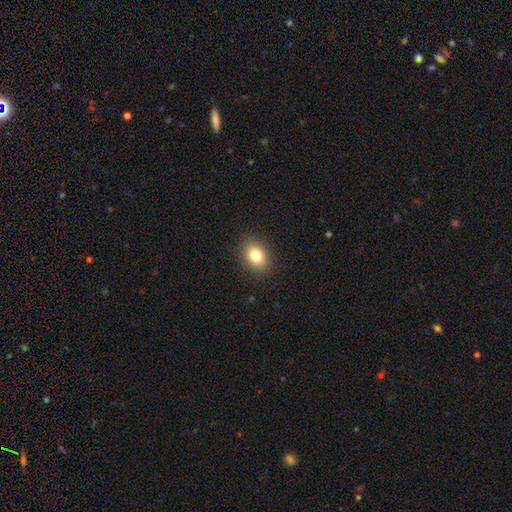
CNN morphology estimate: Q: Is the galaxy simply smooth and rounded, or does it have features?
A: smooth — 81%.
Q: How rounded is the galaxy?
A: in between — 74%.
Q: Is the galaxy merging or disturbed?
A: none — 89%.